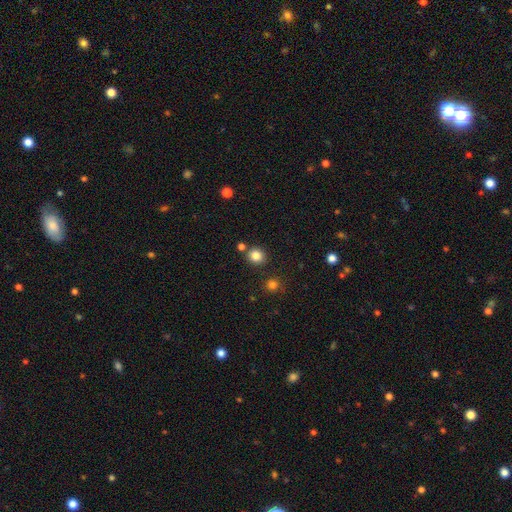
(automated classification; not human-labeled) Smooth or featured: smooth — 83% (star or artifact — 12%)
How rounded: round — 87% (in between — 12%)
Merging: none — 81% (merger — 8%)